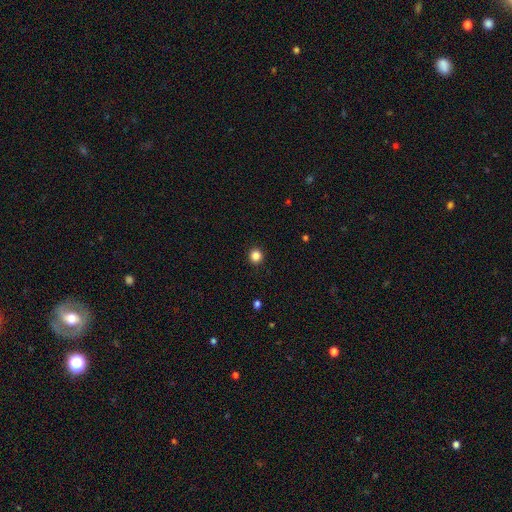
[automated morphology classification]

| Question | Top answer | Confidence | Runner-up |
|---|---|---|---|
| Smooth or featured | smooth | 85% | star or artifact (12%) |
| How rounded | round | 95% | in between (4%) |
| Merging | none | 93% | minor disturbance (4%) |